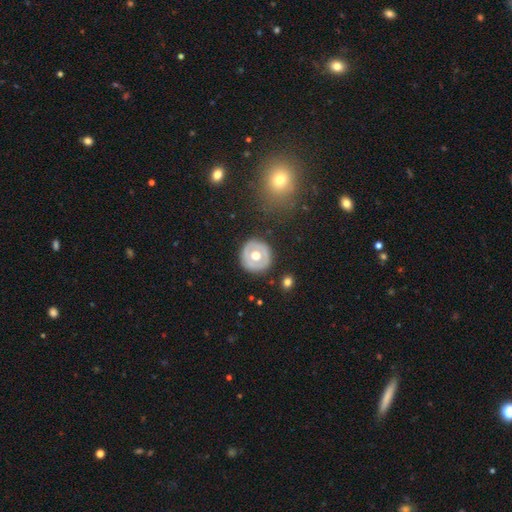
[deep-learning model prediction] smooth-or-featured: smooth: 47% | featured or disk: 46% | star or artifact: 7%
  merging: none: 88% | minor disturbance: 8% | major disturbance: 3% | merger: 2%